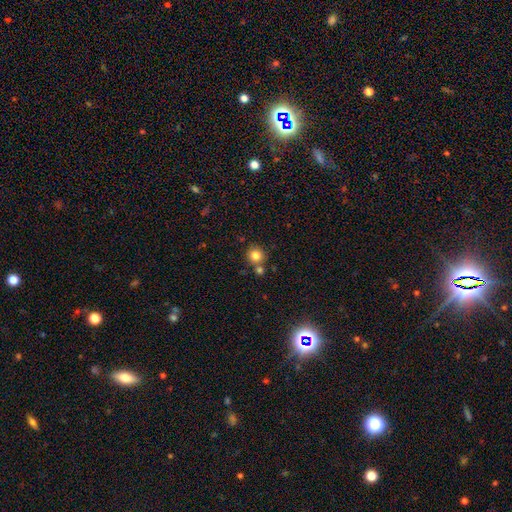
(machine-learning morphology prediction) smooth-or-featured: smooth: 81% | star or artifact: 12% | featured or disk: 7%
  how-rounded: round: 91% | in between: 8% | cigar-shaped: 1%
  merging: none: 69% | merger: 20% | minor disturbance: 8% | major disturbance: 3%